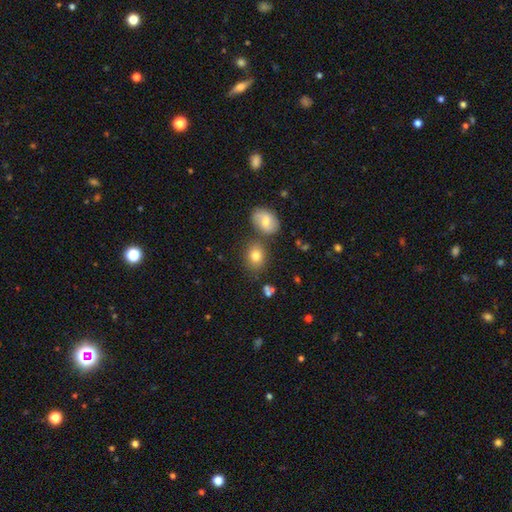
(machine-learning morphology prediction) The model was most divided on "how rounded": round: 50%, in between: 49%, cigar-shaped: 1%. More confident: smooth or featured — smooth (79%); merging — none (70%).